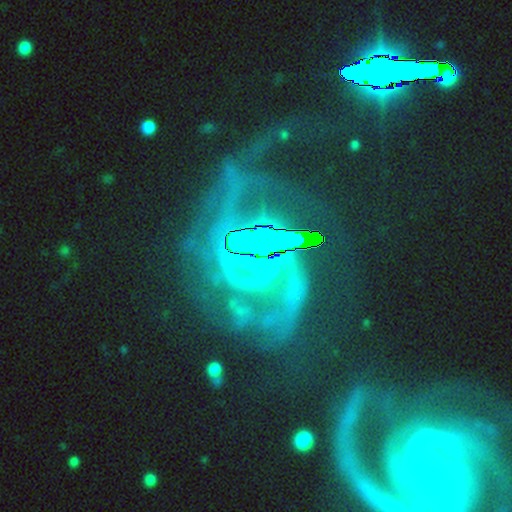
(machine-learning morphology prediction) Overall: featured or disk (65%; star or artifact 26%). Edge-on disk: no (95%). Bar: no (49%; weak 27%). Spiral arms: yes (90%). Spiral arm count: 2 (44%; can't tell 18%). Spiral winding: medium (42%; tight 41%). Bulge size: small (40%; moderate 38%). Merging: none (50%; major disturbance 24%).